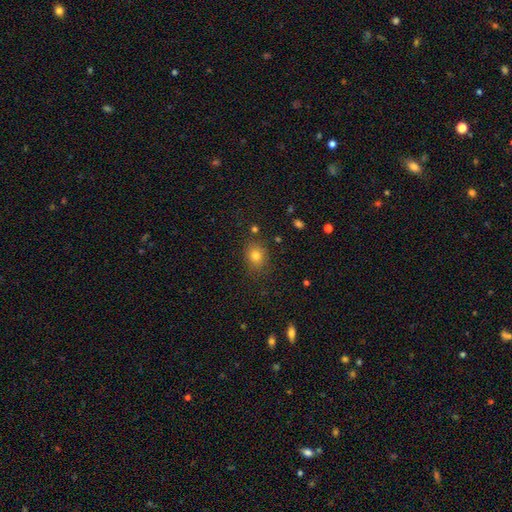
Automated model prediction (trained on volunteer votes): Smooth or featured? Predicted: smooth (p=0.78). How rounded? Predicted: round (p=0.62). Merging? Predicted: none (p=0.83).